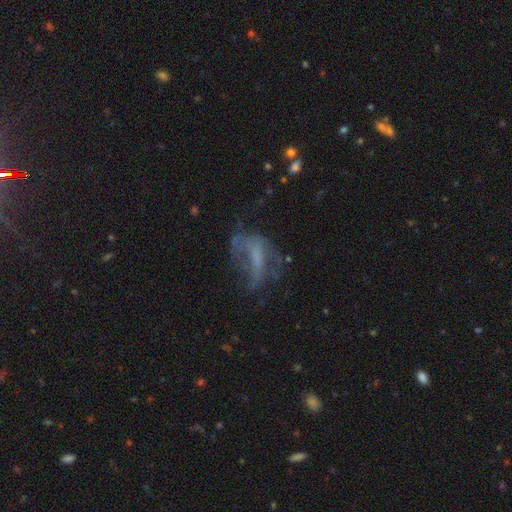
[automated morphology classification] Smooth or featured? Predicted: featured or disk (p=0.53). Edge-on disk? Predicted: no (p=0.91). Merging? Predicted: major disturbance (p=0.39).